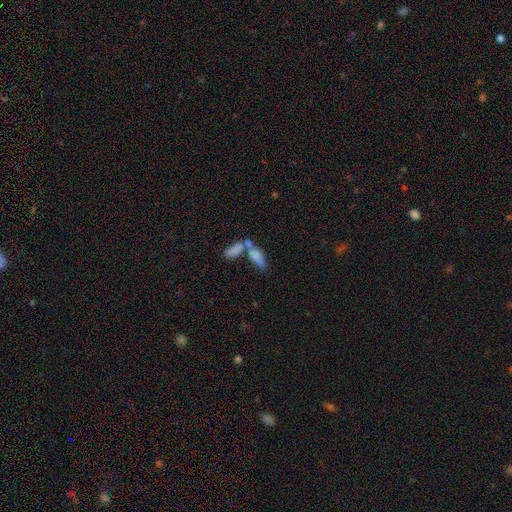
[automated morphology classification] Overall: smooth (72%). How rounded: in between (73%). Merging: merger (59%; none 24%).